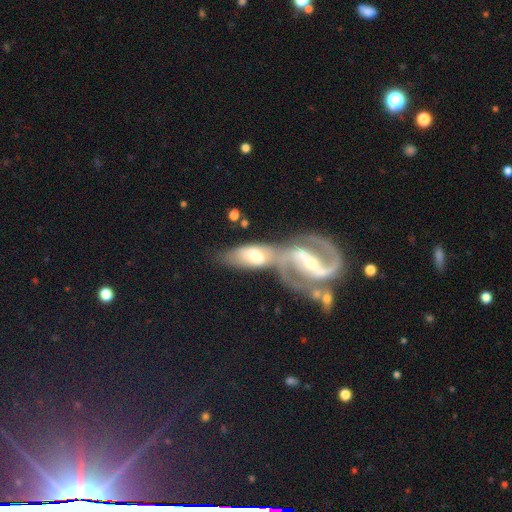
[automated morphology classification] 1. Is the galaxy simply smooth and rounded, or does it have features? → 58% featured or disk, 37% smooth, 5% star or artifact.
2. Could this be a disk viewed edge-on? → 85% no, 15% yes.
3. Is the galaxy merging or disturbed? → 68% merger, 17% none, 9% minor disturbance, 6% major disturbance.